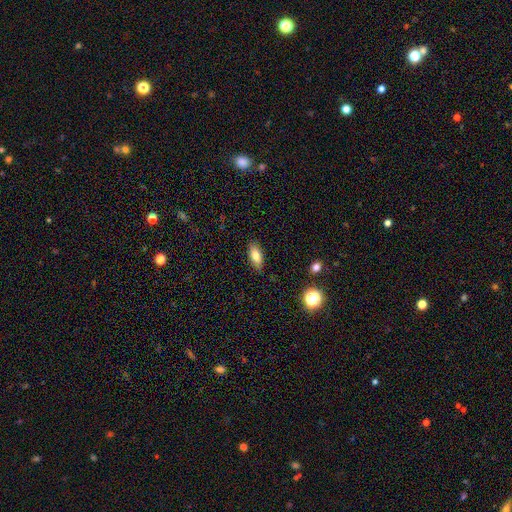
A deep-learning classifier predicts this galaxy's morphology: This appears to be a smooth galaxy with no disk features (80%) that is in between round and cigar-shaped (81%). Merging: none (86%).